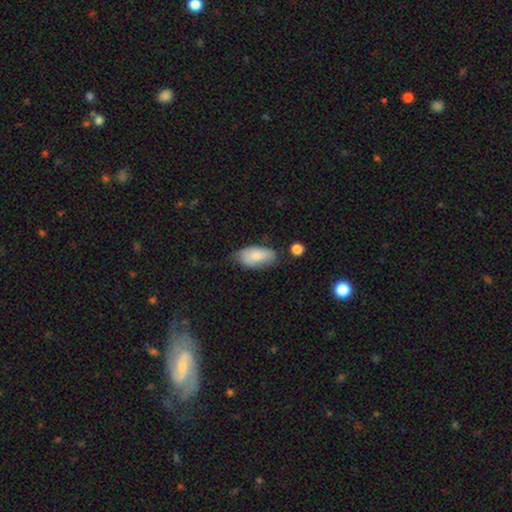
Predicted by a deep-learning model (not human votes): smooth 82%, featured or disk 12%, star or artifact 6%. Down the decision tree: how rounded — in between (93%); merging — none (64%).